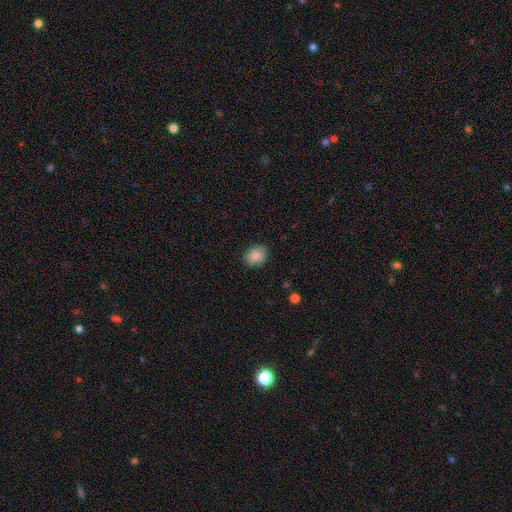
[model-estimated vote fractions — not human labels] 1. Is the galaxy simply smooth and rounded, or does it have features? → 86% smooth, 8% star or artifact, 5% featured or disk.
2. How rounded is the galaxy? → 54% round, 45% in between, 1% cigar-shaped.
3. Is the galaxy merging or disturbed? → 85% none, 12% minor disturbance, 3% major disturbance, 1% merger.